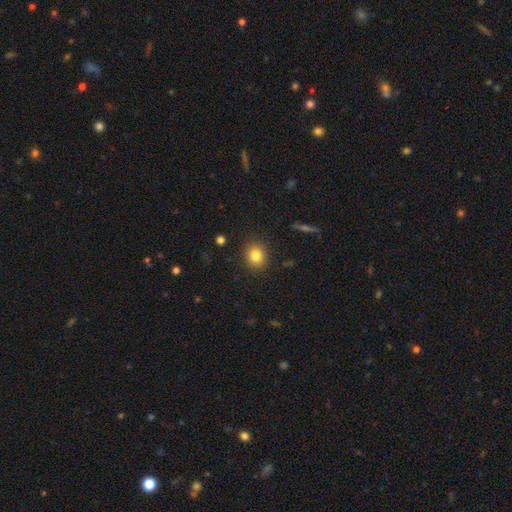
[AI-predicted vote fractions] Smooth or featured? smooth (83%)
How rounded? round (79%)
Merging? none (89%)